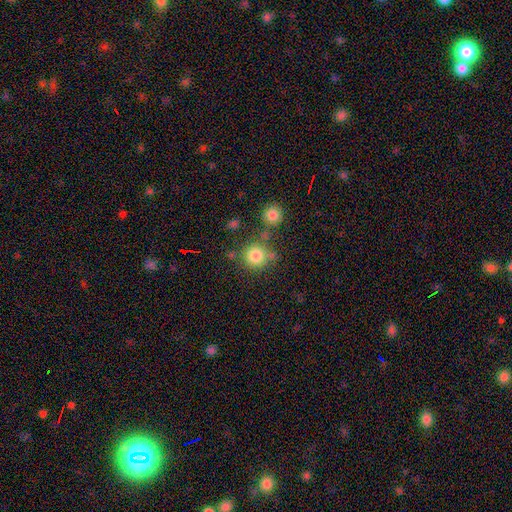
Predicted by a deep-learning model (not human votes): A smooth galaxy with no disk features (82%) that is round (91%). Merging: none (70%).